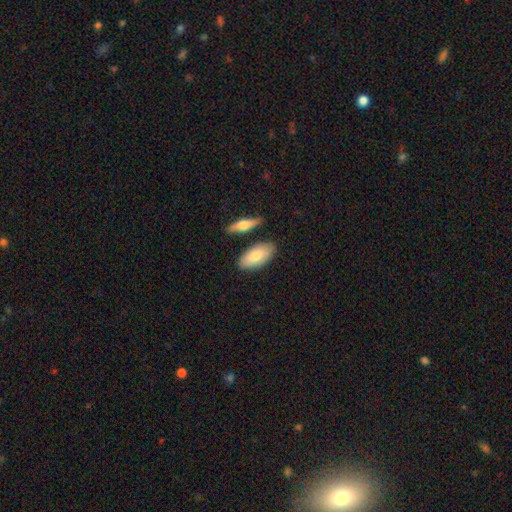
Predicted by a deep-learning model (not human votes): Smooth or featured?
  - smooth: 77% *
  - featured or disk: 18%
  - star or artifact: 5%
How rounded?
  - in between: 89% *
  - cigar-shaped: 9%
  - round: 2%
Merging?
  - none: 78% *
  - minor disturbance: 12%
  - merger: 7%
  - major disturbance: 2%